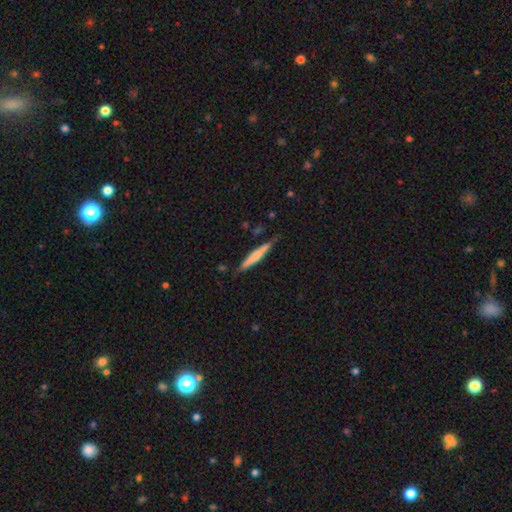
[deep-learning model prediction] Smooth or featured? Predicted: smooth (p=0.51). How rounded? Predicted: cigar-shaped (p=0.93). Merging? Predicted: none (p=0.80).